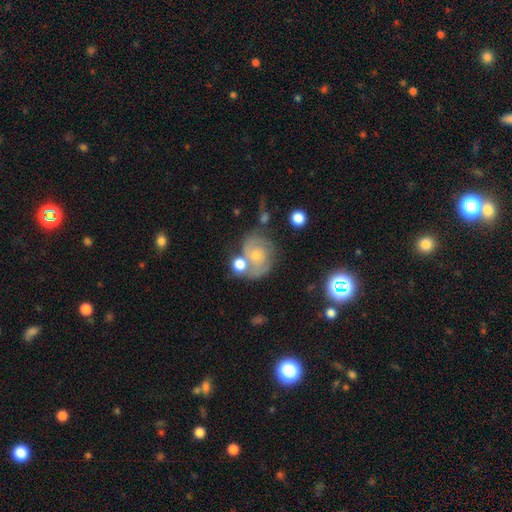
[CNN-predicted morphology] This is likely a featured or disk galaxy (63%). It is clearly not viewed edge-on (97%). Bar: likely no (73%). Spiral arm pattern: clearly yes (83%). Spiral arm count: likely 2 (60%). Spiral winding: possibly tight (45%). Central bulge: possibly small (57%). Merging: possibly none (49%).